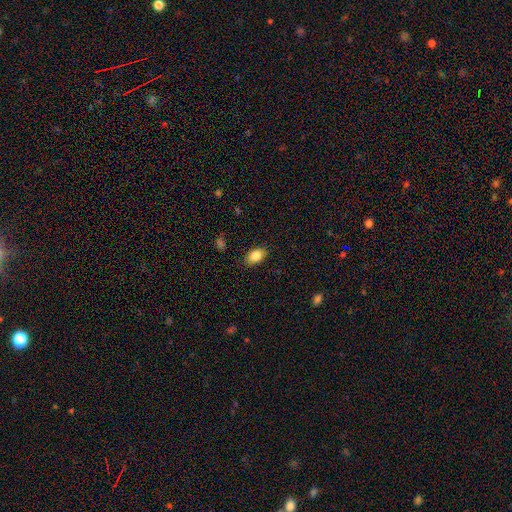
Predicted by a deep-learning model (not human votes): A smooth galaxy with no disk features (85%) that is in between round and cigar-shaped (87%). Merging: none (86%).